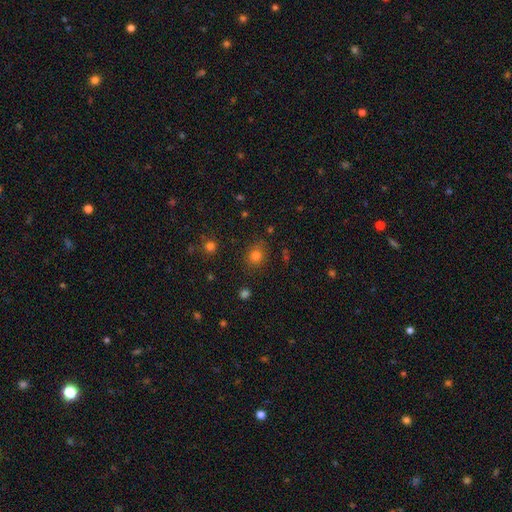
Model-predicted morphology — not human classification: smooth-or-featured: smooth: 78% | star or artifact: 17% | featured or disk: 6%
  how-rounded: round: 67% | in between: 32% | cigar-shaped: 1%
  merging: none: 80% | minor disturbance: 13% | major disturbance: 4% | merger: 3%